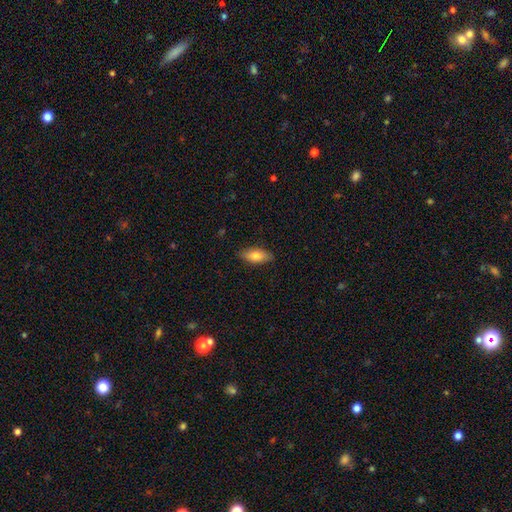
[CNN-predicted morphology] Q: Smooth or featured?
A: smooth (76%); runner-up: featured or disk (18%)
Q: How rounded?
A: in between (83%); runner-up: cigar-shaped (15%)
Q: Merging?
A: none (85%); runner-up: minor disturbance (12%)